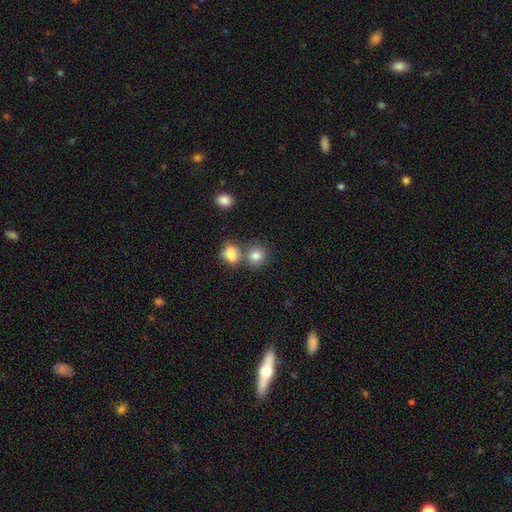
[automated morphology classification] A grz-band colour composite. It shows a smooth galaxy with no disk features (82%) that is round (80%). Merging: none (55%).